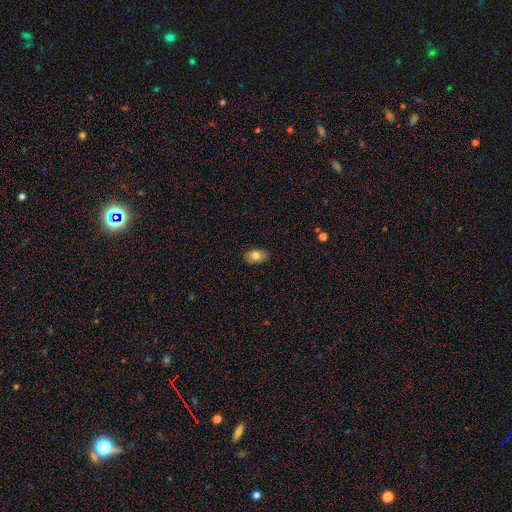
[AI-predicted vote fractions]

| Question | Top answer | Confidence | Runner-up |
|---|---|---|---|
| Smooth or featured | smooth | 78% | featured or disk (14%) |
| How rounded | in between | 87% | round (11%) |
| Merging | none | 86% | minor disturbance (11%) |